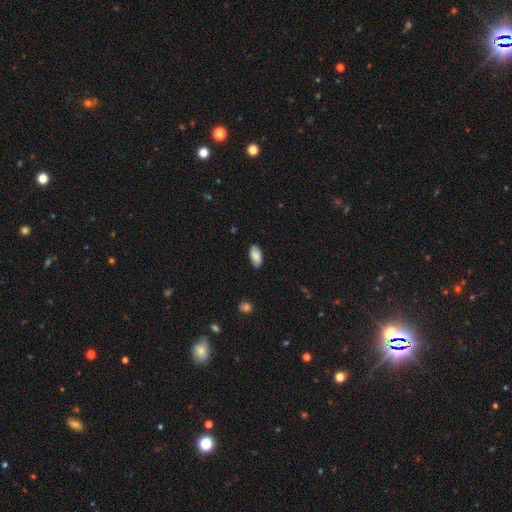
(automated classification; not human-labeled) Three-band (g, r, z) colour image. It shows a smooth galaxy with no disk features (86%) that is in between round and cigar-shaped (93%). Merging: none (86%).